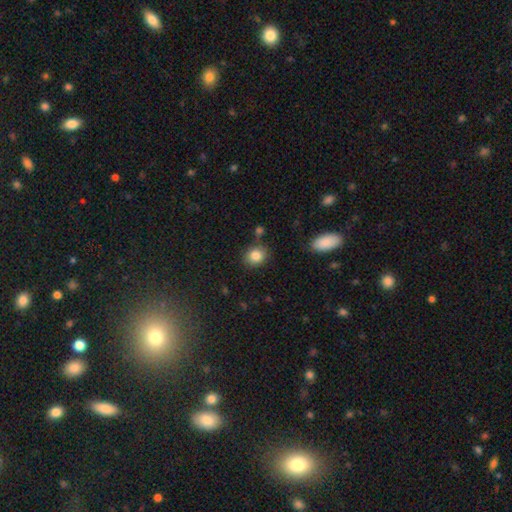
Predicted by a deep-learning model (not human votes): Q: Smooth or featured?
A: smooth (85%); runner-up: star or artifact (9%)
Q: How rounded?
A: round (66%); runner-up: in between (33%)
Q: Merging?
A: none (79%); runner-up: minor disturbance (12%)